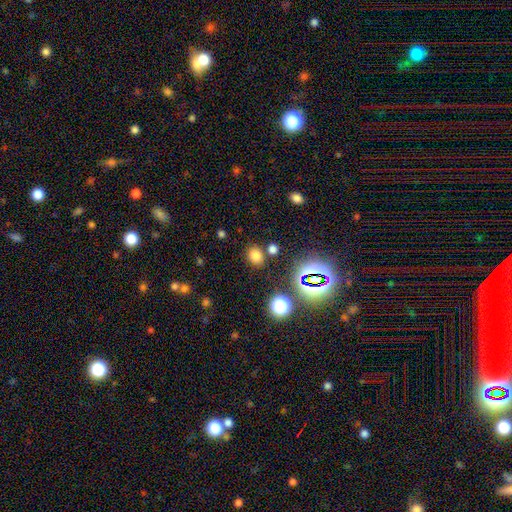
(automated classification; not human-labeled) This is likely a smooth galaxy (72%). How rounded: possibly round (57%). Merging: clearly none (80%).